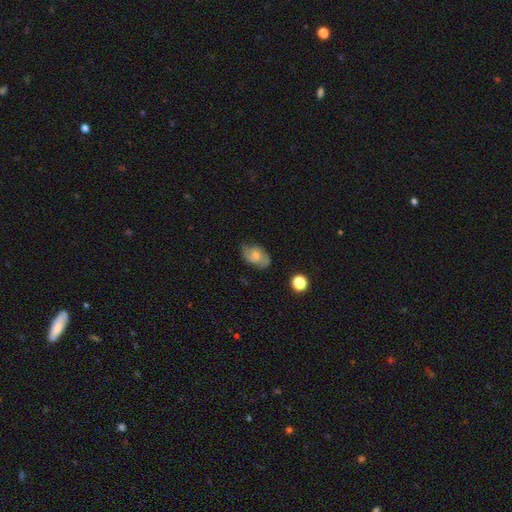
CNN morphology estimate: type=smooth (47%); merging=none (67%).